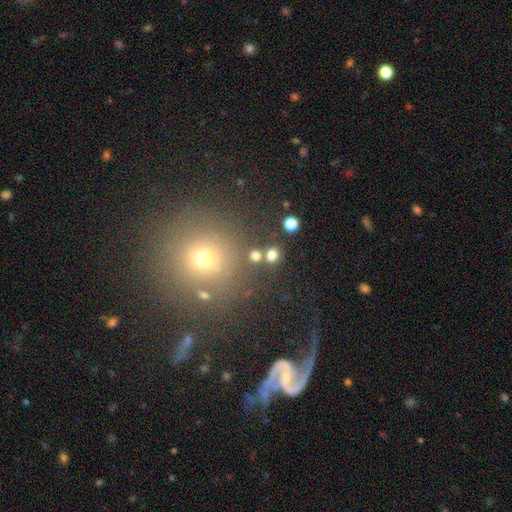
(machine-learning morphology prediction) smooth 75%, star or artifact 18%, featured or disk 7%. Down the decision tree: how rounded — round (83%); merging — none (79%).